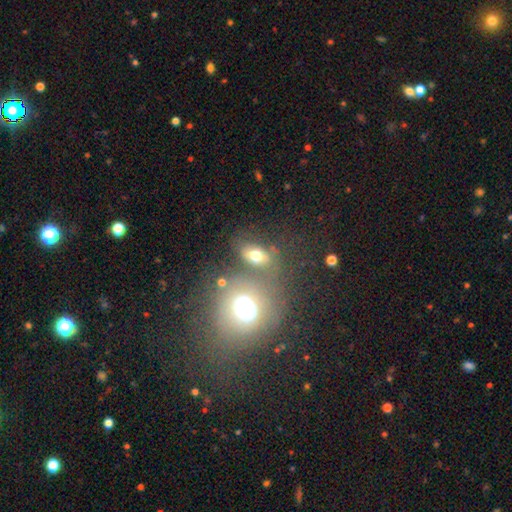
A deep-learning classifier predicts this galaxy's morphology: Smooth or featured?
  - smooth: 63% *
  - featured or disk: 21%
  - star or artifact: 16%
How rounded?
  - in between: 74% *
  - round: 23%
  - cigar-shaped: 3%
Merging?
  - none: 54% *
  - merger: 24%
  - minor disturbance: 13%
  - major disturbance: 9%